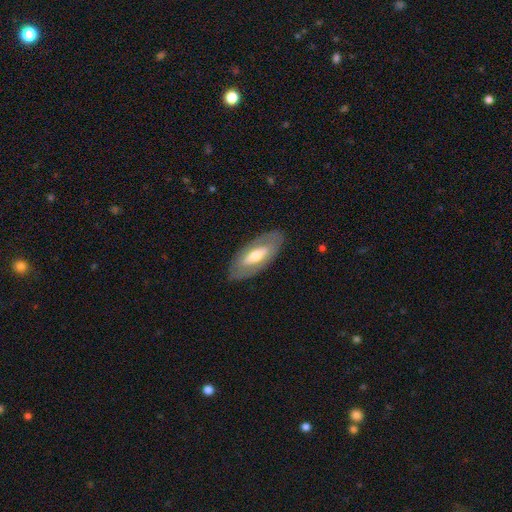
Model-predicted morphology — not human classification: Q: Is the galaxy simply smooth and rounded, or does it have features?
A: featured or disk — 54%.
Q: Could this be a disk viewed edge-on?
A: no — 81%.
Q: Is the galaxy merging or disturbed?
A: none — 83%.